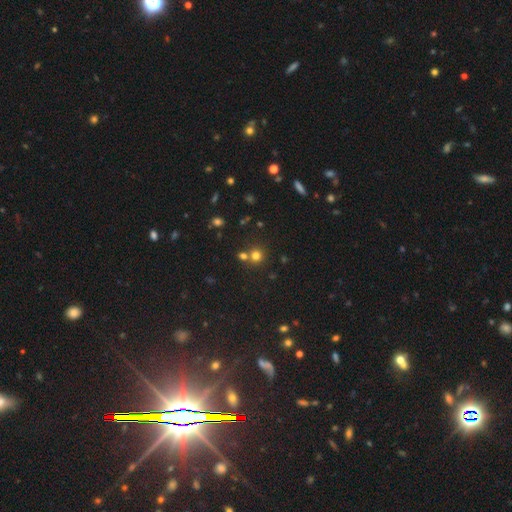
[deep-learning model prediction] smooth 73%, star or artifact 20%, featured or disk 8%. Down the decision tree: how rounded — round (90%); merging — none (65%).